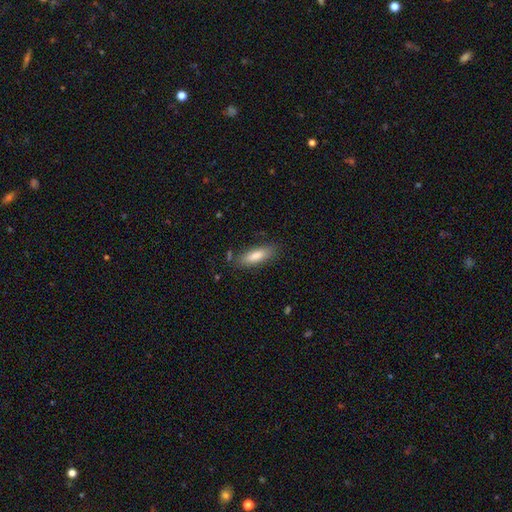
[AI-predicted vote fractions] Smooth or featured: smooth — 80% (featured or disk — 14%)
How rounded: in between — 53% (cigar-shaped — 45%)
Merging: none — 81% (minor disturbance — 14%)